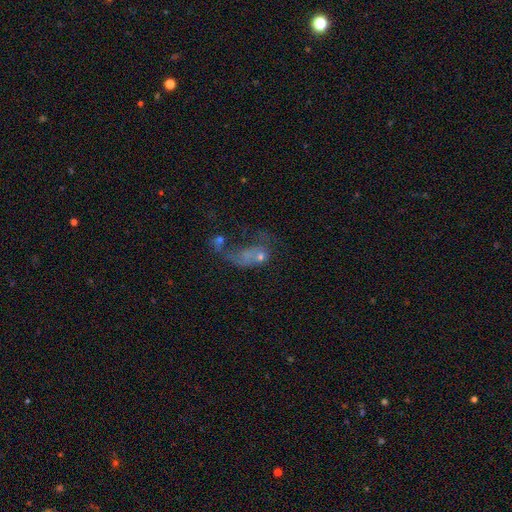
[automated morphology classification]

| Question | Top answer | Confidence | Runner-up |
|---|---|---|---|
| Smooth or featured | featured or disk | 47% | smooth (35%) |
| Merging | major disturbance | 41% | merger (33%) |